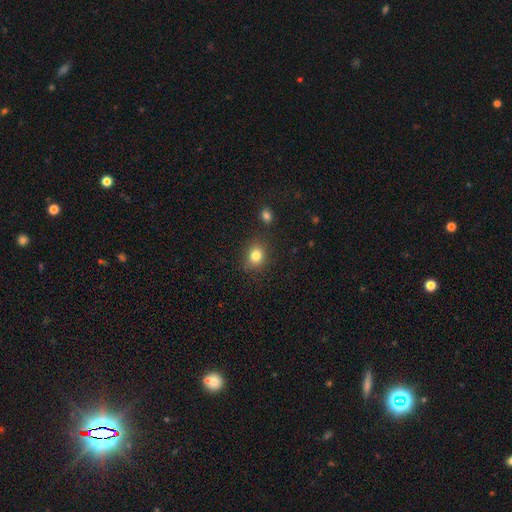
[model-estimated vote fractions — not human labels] Smooth or featured?
  - smooth: 82% *
  - star or artifact: 12%
  - featured or disk: 7%
How rounded?
  - round: 66% *
  - in between: 33%
  - cigar-shaped: 1%
Merging?
  - none: 81% *
  - minor disturbance: 12%
  - major disturbance: 4%
  - merger: 3%